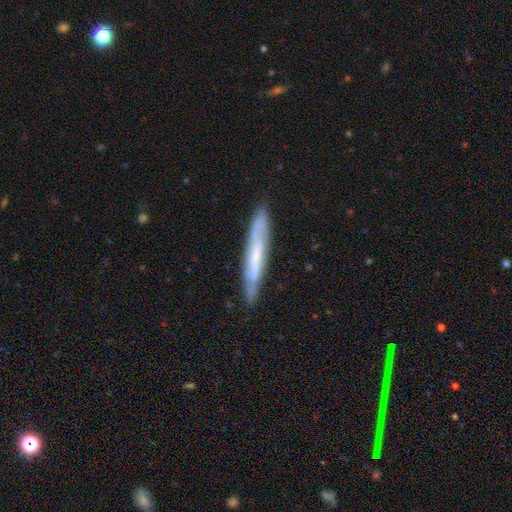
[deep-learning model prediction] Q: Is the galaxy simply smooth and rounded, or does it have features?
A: featured or disk — 57%.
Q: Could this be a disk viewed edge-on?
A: yes — 72%.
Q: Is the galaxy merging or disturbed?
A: none — 84%.